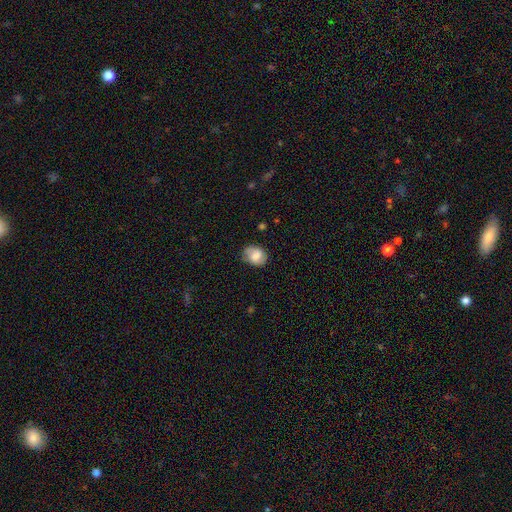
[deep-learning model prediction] smooth-or-featured: smooth: 73% | featured or disk: 19% | star or artifact: 8%
  how-rounded: in between: 55% | round: 44% | cigar-shaped: 1%
  merging: none: 67% | minor disturbance: 25% | major disturbance: 6% | merger: 2%